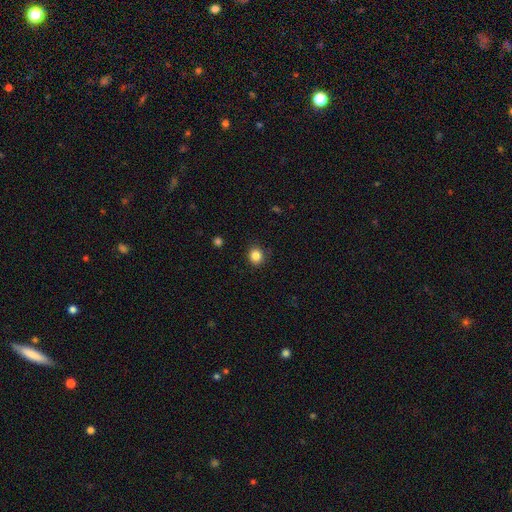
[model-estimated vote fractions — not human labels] smooth-or-featured: smooth: 85% | star or artifact: 11% | featured or disk: 4%
  how-rounded: round: 83% | in between: 16% | cigar-shaped: 1%
  merging: none: 89% | minor disturbance: 8% | major disturbance: 2% | merger: 1%